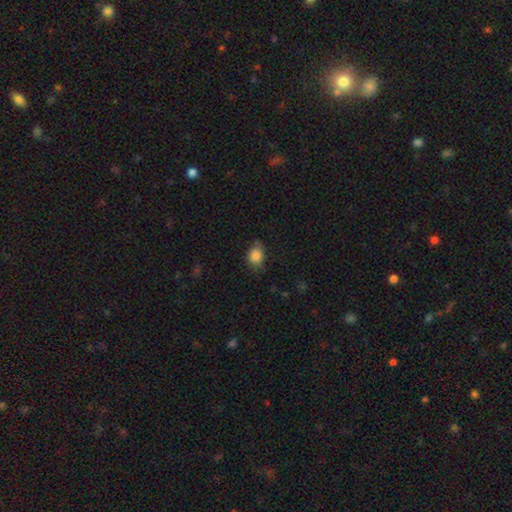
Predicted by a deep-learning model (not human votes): smooth 86%, star or artifact 9%, featured or disk 6%. Down the decision tree: how rounded — in between (60%); merging — none (69%).